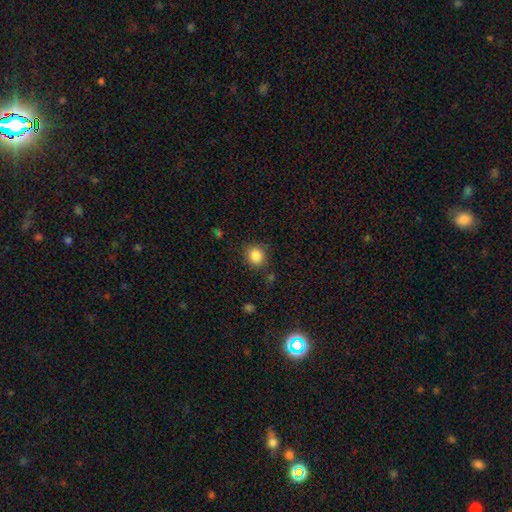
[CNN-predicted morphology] Q: Smooth or featured?
A: smooth (86%); runner-up: star or artifact (10%)
Q: How rounded?
A: round (82%); runner-up: in between (18%)
Q: Merging?
A: none (82%); runner-up: minor disturbance (12%)